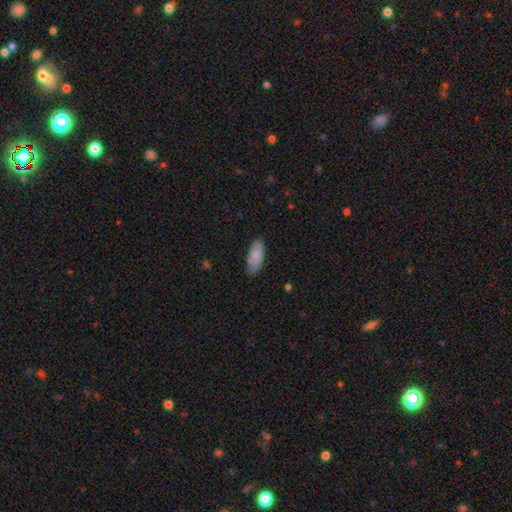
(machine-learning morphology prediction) Smooth or featured? Predicted: smooth (p=0.85). How rounded? Predicted: in between (p=0.85). Merging? Predicted: none (p=0.81).